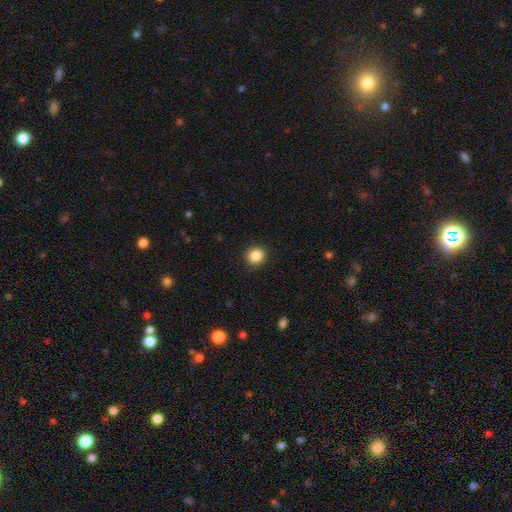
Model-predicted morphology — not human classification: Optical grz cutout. It shows a smooth galaxy with no disk features (87%) that is round (75%). Merging: none (89%).